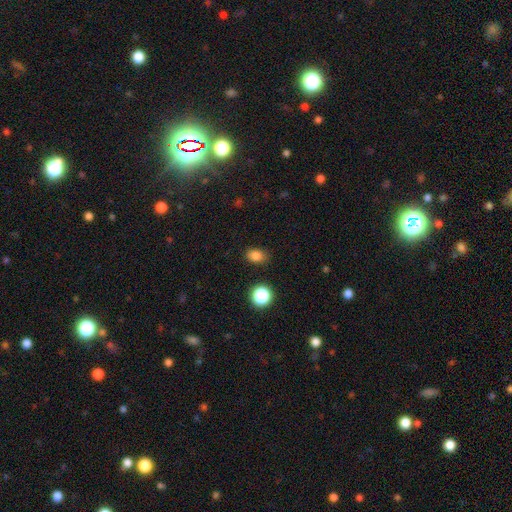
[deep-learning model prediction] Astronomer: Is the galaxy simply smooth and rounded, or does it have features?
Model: smooth — 82%.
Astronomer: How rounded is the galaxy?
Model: in between — 72%.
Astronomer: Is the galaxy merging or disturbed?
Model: none — 85%.